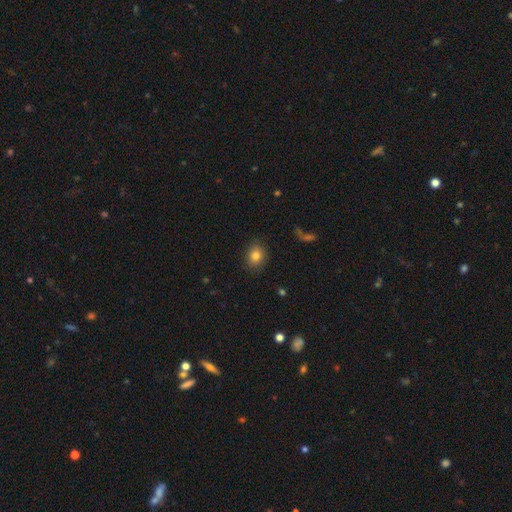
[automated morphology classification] type=smooth (82%); roundness=round (58%); merging=none (86%).